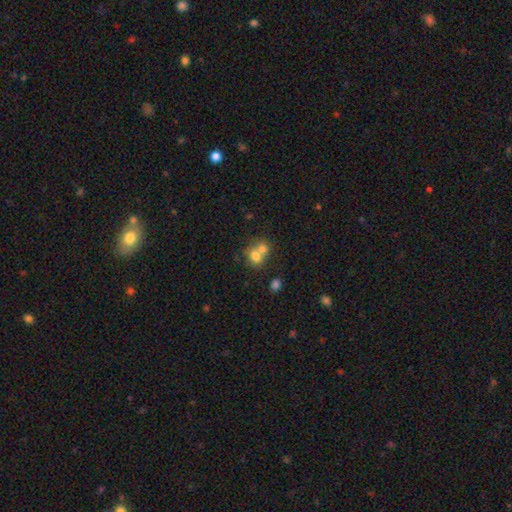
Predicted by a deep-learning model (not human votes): A smooth galaxy with no disk features (72%) that is round (64%). Merging: merger (61%).